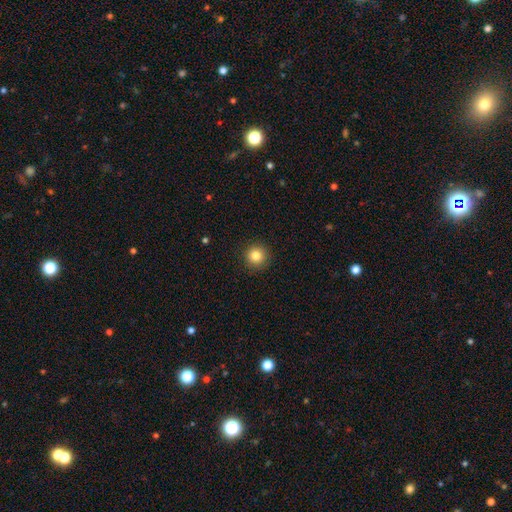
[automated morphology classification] Smooth or featured? Predicted: smooth (p=0.83). How rounded? Predicted: round (p=0.95). Merging? Predicted: none (p=0.92).